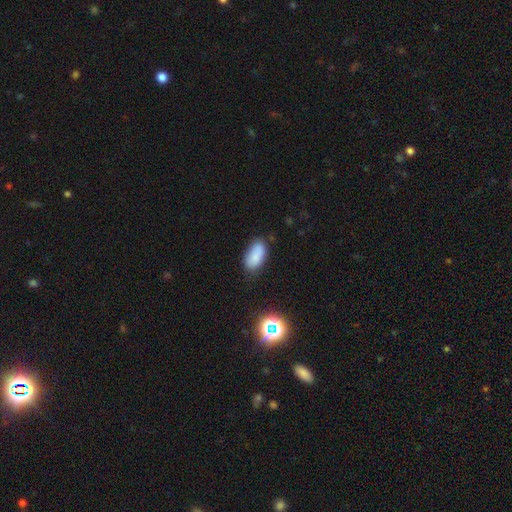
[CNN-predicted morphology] smooth 83%, star or artifact 10%, featured or disk 7%. Down the decision tree: how rounded — in between (91%); merging — none (71%).